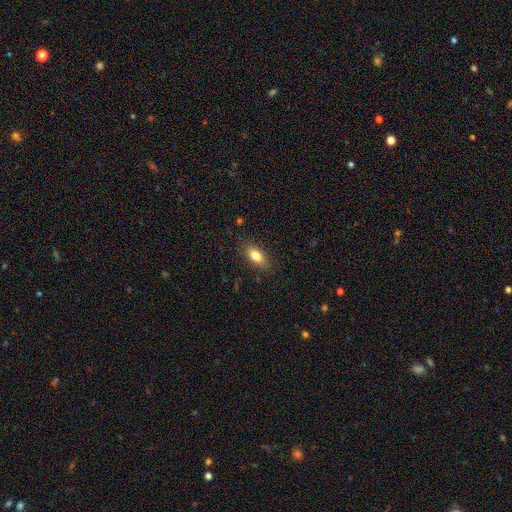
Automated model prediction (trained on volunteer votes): smooth-or-featured: smooth: 81% | featured or disk: 11% | star or artifact: 8%
  how-rounded: in between: 86% | cigar-shaped: 10% | round: 5%
  merging: none: 84% | minor disturbance: 12% | major disturbance: 3% | merger: 1%